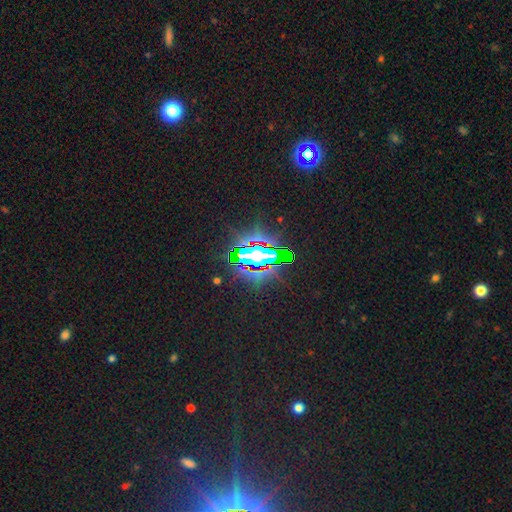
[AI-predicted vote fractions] star or artifact 77%, smooth 12%, featured or disk 11%.